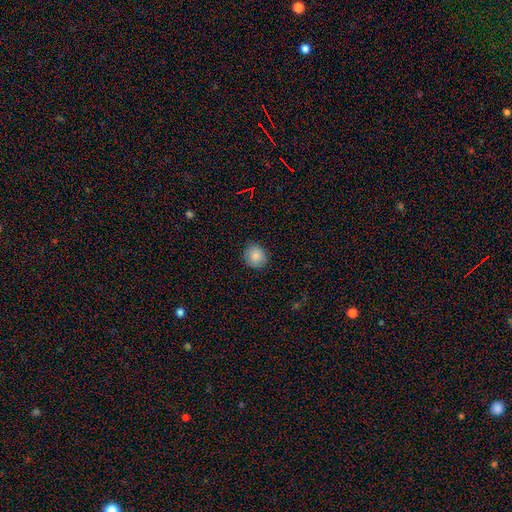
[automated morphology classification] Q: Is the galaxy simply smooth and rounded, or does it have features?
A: smooth — 86%.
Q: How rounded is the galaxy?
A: round — 87%.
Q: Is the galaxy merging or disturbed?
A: none — 88%.